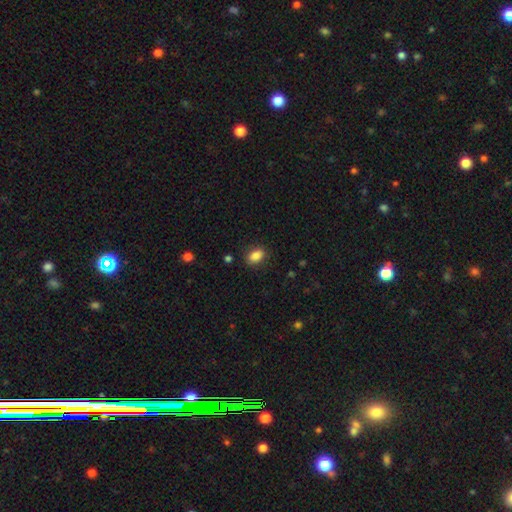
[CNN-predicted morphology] Smooth or featured? smooth (86%)
How rounded? in between (84%)
Merging? none (86%)